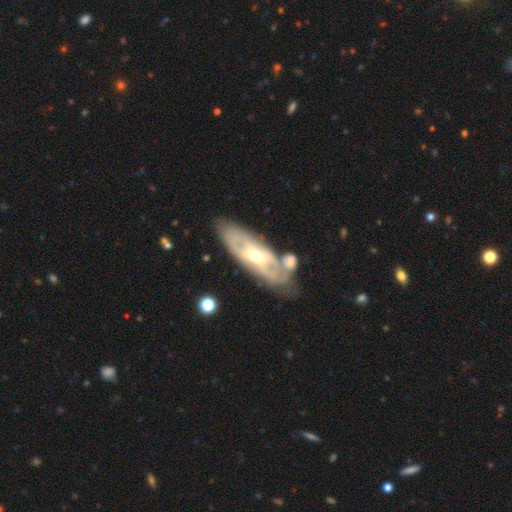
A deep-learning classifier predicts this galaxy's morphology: smooth_or_featured: featured or disk (p=0.74) [alt: smooth p=0.21]
disk_edge_on: no (p=0.80) [alt: yes p=0.20]
bar: no (p=0.48) [alt: weak p=0.35]
has_spiral_arms: yes (p=0.68) [alt: no p=0.32]
bulge_size: moderate (p=0.62) [alt: small p=0.31]
merging: none (p=0.62) [alt: minor disturbance p=0.18]